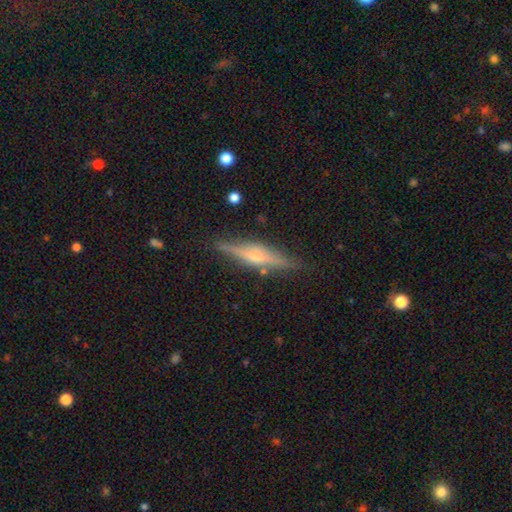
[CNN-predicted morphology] A featured or disk galaxy (73%) viewed edge-on (97%) with a rounded central bulge (74%). Merging: none (87%).